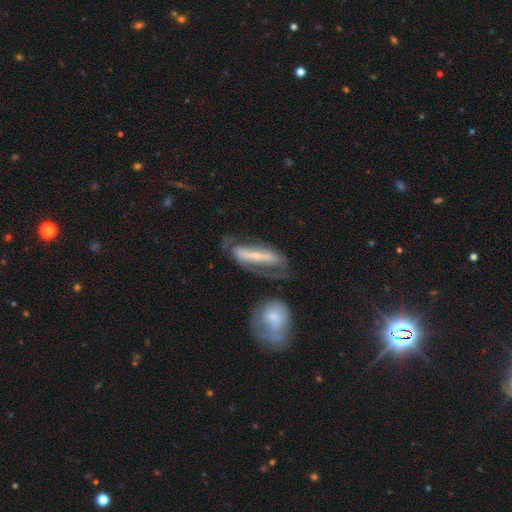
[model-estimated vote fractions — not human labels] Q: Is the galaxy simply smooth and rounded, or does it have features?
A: featured or disk — 65%.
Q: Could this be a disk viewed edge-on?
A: no — 70%.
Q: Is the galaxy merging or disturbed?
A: none — 47%.